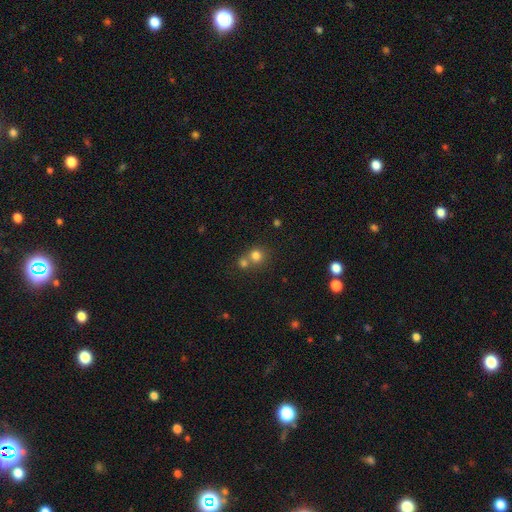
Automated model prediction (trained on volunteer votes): This is likely a smooth galaxy (77%). How rounded: clearly round (87%). Merging: possibly none (47%).